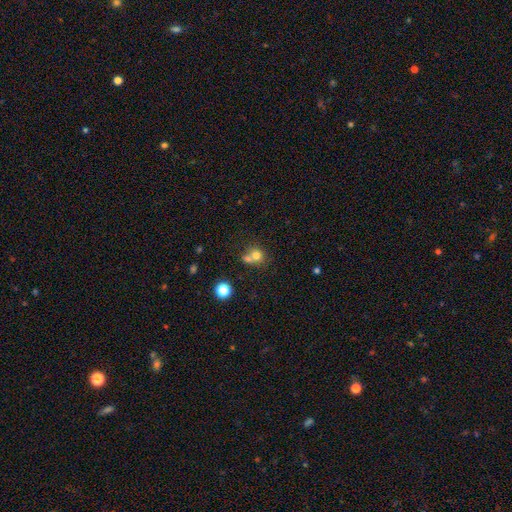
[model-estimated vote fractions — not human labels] Morphology: type=smooth (73%); roundness=round (80%); merging=merger (48%).